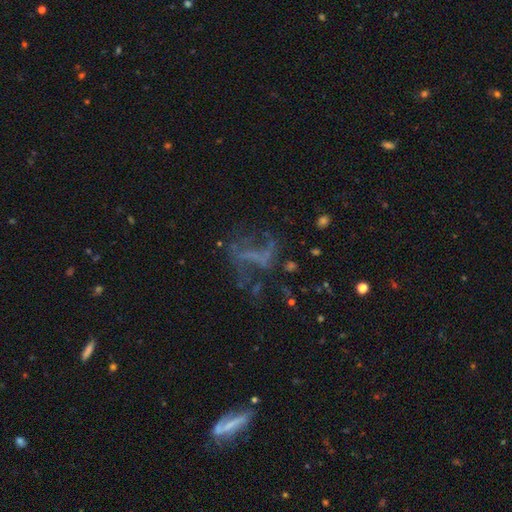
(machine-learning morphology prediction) Smooth or featured? featured or disk (52%)
Edge-on disk? no (94%)
Merging? none (44%)